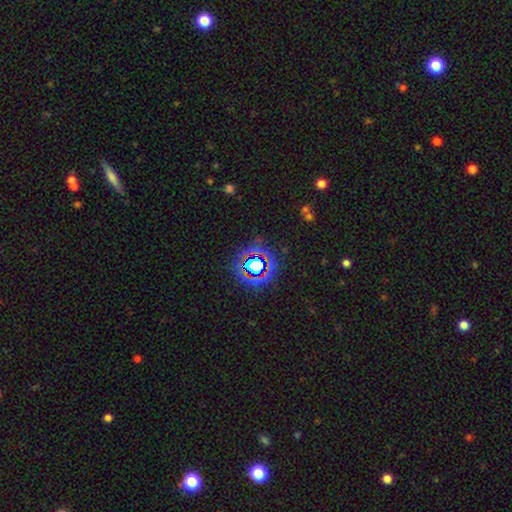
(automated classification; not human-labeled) Smooth or featured: star or artifact — 75% (smooth — 15%)